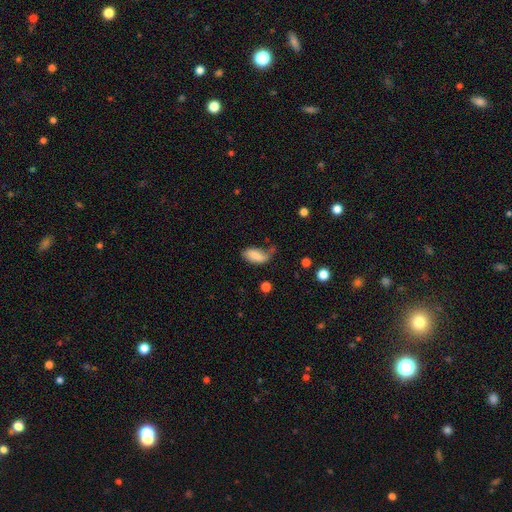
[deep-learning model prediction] Smooth or featured? Predicted: smooth (p=0.75). How rounded? Predicted: in between (p=0.90). Merging? Predicted: none (p=0.37).